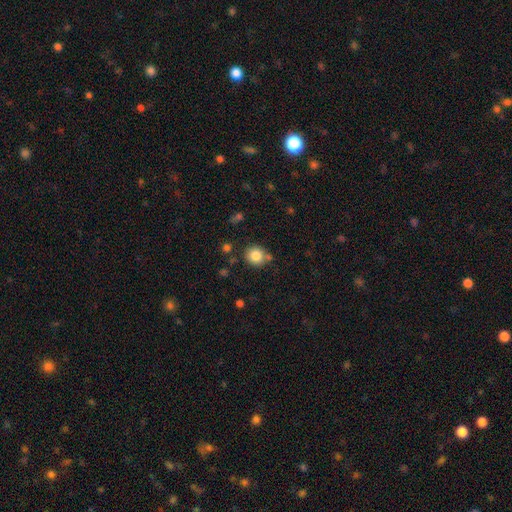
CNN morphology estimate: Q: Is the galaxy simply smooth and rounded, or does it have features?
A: smooth — 83%.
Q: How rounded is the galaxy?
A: round — 87%.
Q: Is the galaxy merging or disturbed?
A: none — 75%.